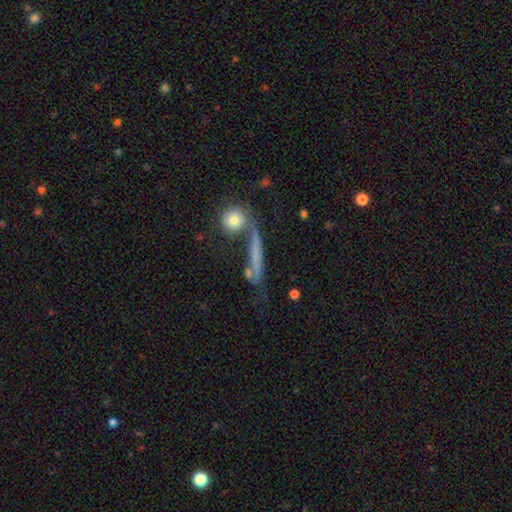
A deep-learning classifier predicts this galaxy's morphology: A smooth galaxy with no disk features (47%).

Vote fractions:
- Smooth or featured? smooth: 47% / featured or disk: 40% / star or artifact: 13%
- Merging? none: 54% / minor disturbance: 18% / merger: 16% / major disturbance: 13%